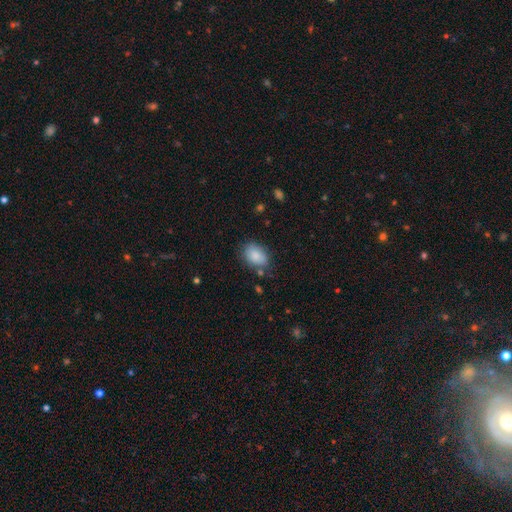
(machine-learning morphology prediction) A smooth galaxy with no disk features (86%) that is in between round and cigar-shaped (83%).

Vote fractions:
- Smooth or featured? smooth: 86% / featured or disk: 7% / star or artifact: 7%
- How rounded? in between: 83% / round: 16% / cigar-shaped: 1%
- Merging? none: 73% / minor disturbance: 19% / major disturbance: 5% / merger: 4%